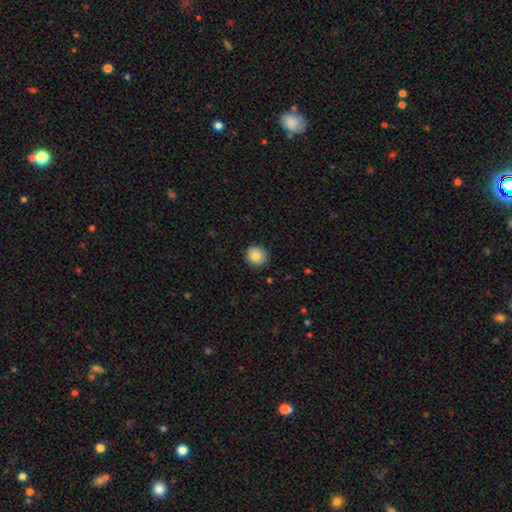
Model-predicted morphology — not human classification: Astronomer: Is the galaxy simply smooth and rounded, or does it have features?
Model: smooth — 87%.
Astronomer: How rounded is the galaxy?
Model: round — 92%.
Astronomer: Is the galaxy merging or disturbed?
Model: none — 88%.